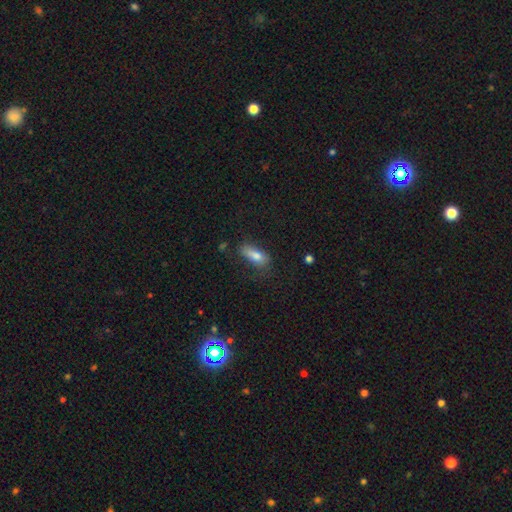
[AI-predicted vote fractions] smooth-or-featured: smooth: 75% | featured or disk: 16% | star or artifact: 9%
  how-rounded: in between: 74% | cigar-shaped: 23% | round: 3%
  merging: none: 58% | minor disturbance: 27% | major disturbance: 13% | merger: 3%